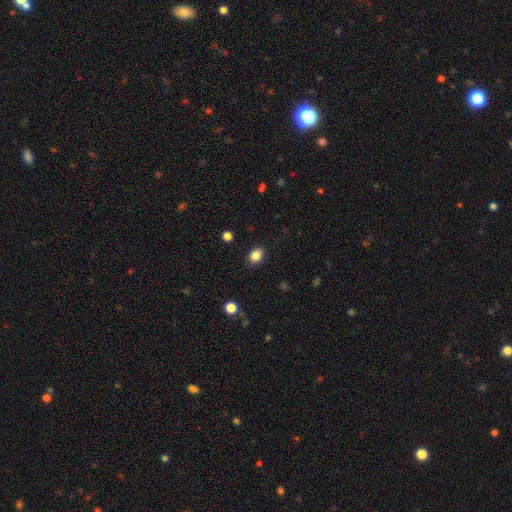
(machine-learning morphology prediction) smooth_or_featured: smooth (p=0.85) [alt: star or artifact p=0.10]
how_rounded: in between (p=0.69) [alt: round p=0.30]
merging: none (p=0.87) [alt: minor disturbance p=0.09]